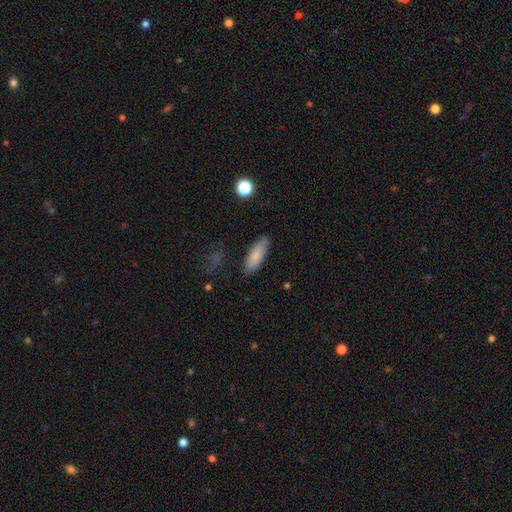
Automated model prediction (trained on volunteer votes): Morphology: type=smooth (83%); roundness=in between (66%); merging=none (83%).